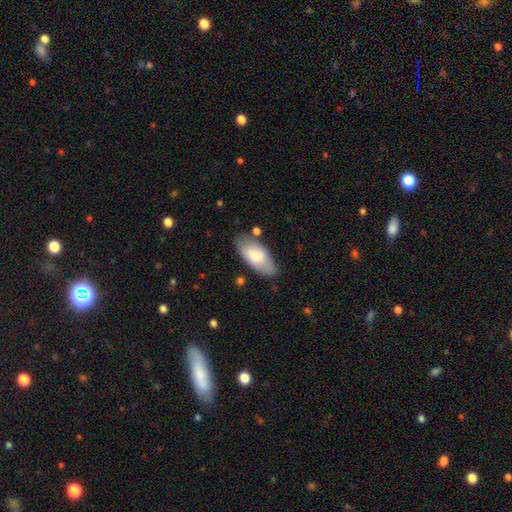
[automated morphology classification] Smooth or featured: smooth — 70% (featured or disk — 24%)
How rounded: in between — 90% (cigar-shaped — 7%)
Merging: none — 69% (minor disturbance — 20%)